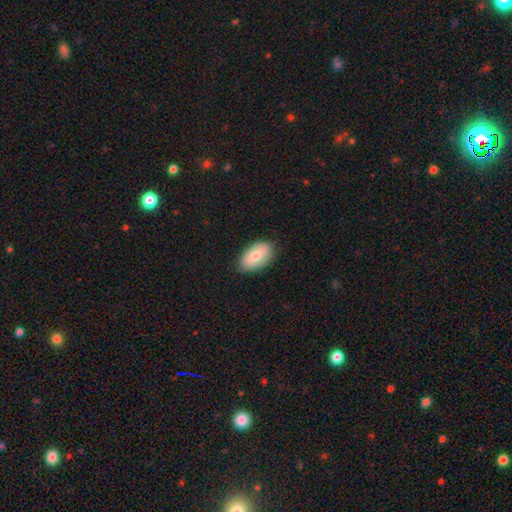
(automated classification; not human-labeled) The model was most divided on "smooth or featured": smooth: 75%, featured or disk: 19%, star or artifact: 6%. More confident: how rounded — in between (94%); merging — none (83%).